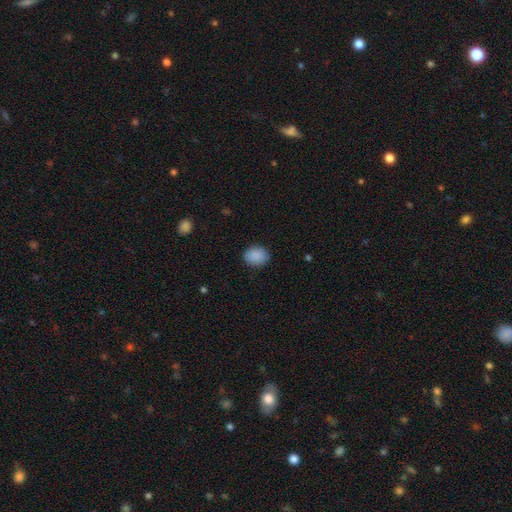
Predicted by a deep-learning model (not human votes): The model was most divided on "how rounded": in between: 54%, round: 45%, cigar-shaped: 1%. More confident: smooth or featured — smooth (89%); merging — none (87%).